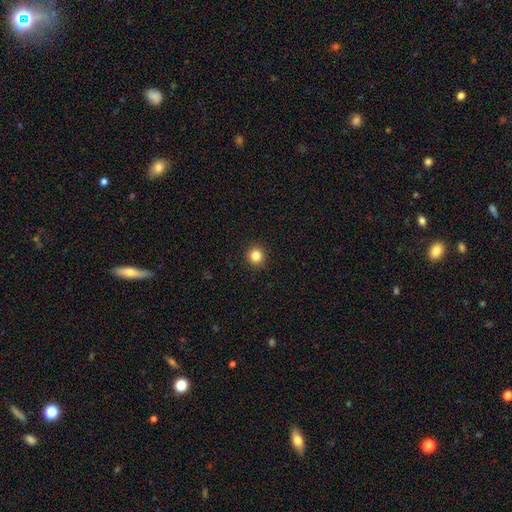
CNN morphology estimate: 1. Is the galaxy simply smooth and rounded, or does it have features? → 84% smooth, 12% star or artifact, 4% featured or disk.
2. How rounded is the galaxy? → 92% round, 7% in between, 1% cigar-shaped.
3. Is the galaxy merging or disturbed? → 93% none, 5% minor disturbance, 2% major disturbance, 1% merger.